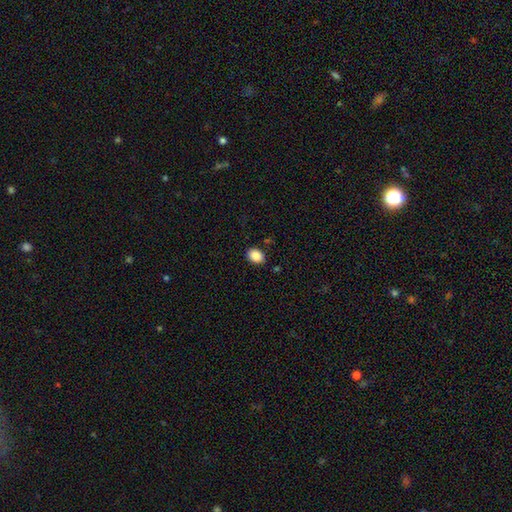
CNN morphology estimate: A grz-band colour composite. It shows a smooth galaxy with no disk features (88%) that is in between round and cigar-shaped (73%). Merging: none (87%).